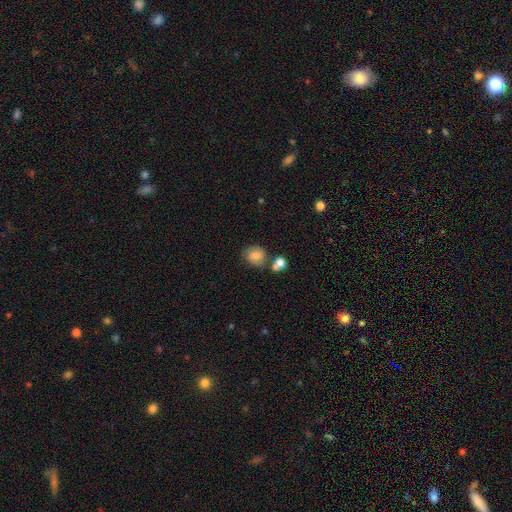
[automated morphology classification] Overall: smooth (74%). How rounded: round (64%; in between 35%). Merging: none (57%; merger 19%).